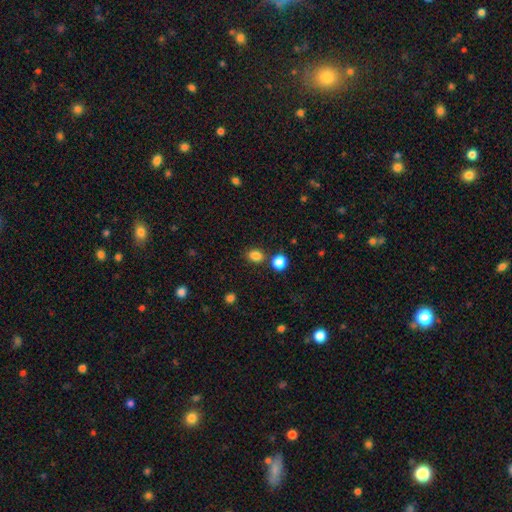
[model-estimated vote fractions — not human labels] This appears to be a smooth galaxy with no disk features (84%) that is in between round and cigar-shaped (54%). Merging: none (76%).